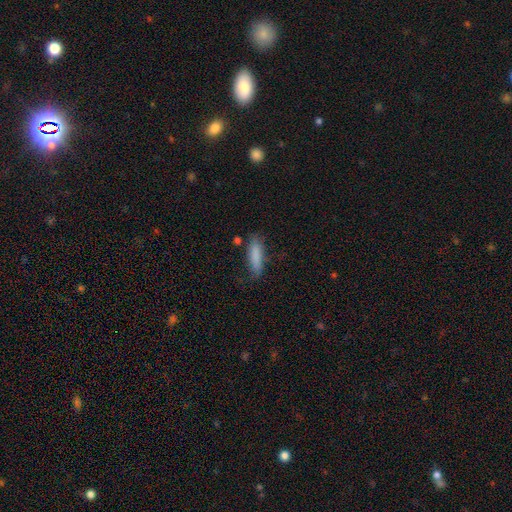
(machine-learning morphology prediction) This is clearly a smooth galaxy (84%). How rounded: possibly cigar-shaped (54%). Merging: likely none (69%).